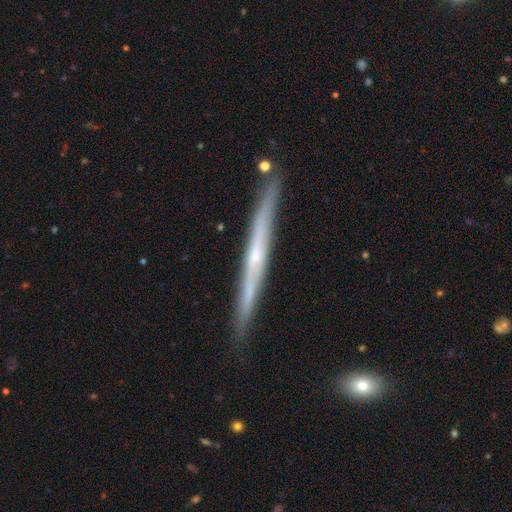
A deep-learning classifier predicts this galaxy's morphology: A featured or disk galaxy (73%) viewed edge-on (97%) with no central bulge (54%). Merging: none (87%).